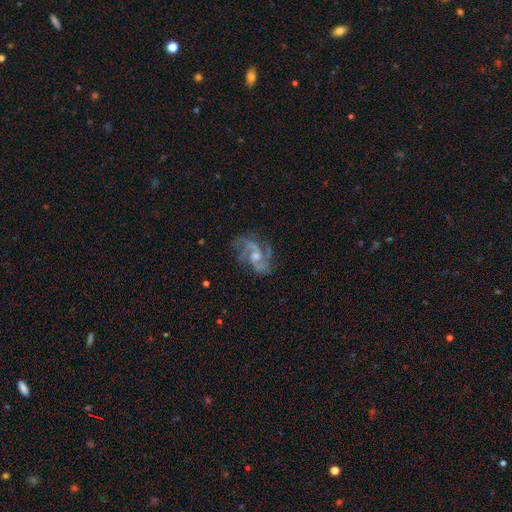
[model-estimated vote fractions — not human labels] A featured or disk galaxy (84%) with no bar (50%), 2 (39%) medium (50%) spiral arms (96%) and a moderate central bulge (51%).

Vote fractions:
- Smooth or featured? featured or disk: 84% / star or artifact: 9% / smooth: 7%
- Edge-on disk? no: 97% / yes: 3%
- Bar? no: 50% / weak: 40% / strong: 10%
- Spiral arms? yes: 96% / no: 4%
- Spiral winding? medium: 50% / loose: 32% / tight: 18%
- Spiral arm count? 2: 39% / 3: 31% / can't tell: 12% / 4: 8% / 1: 5% / more than 4: 5%
- Bulge size? moderate: 51% / small: 38% / none: 5% / large: 4% / dominant: 1%
- Merging? none: 70% / minor disturbance: 17% / major disturbance: 12% / merger: 2%